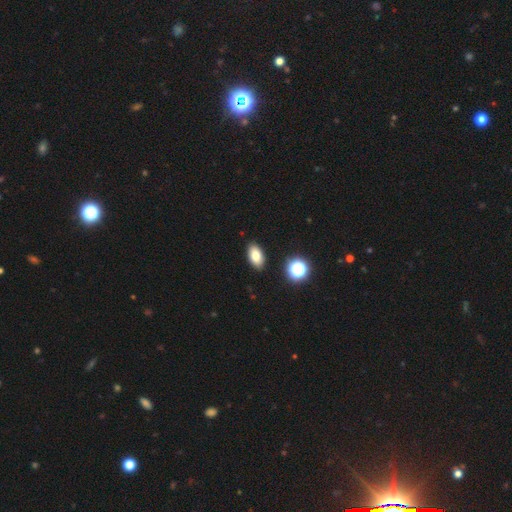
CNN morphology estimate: smooth 80%, star or artifact 11%, featured or disk 9%. Down the decision tree: how rounded — in between (91%); merging — none (89%).